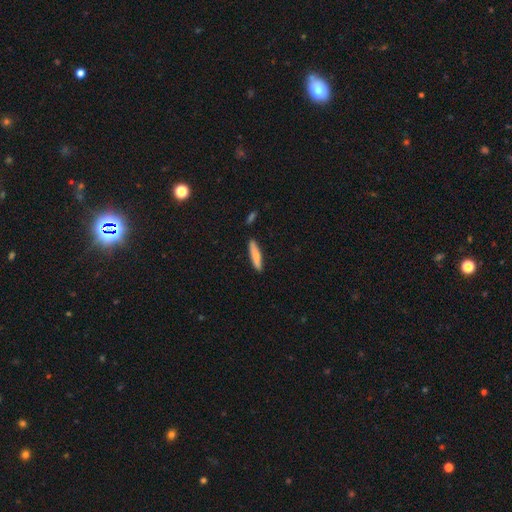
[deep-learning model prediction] Morphology: type=smooth (71%); roundness=cigar-shaped (84%); merging=none (87%).